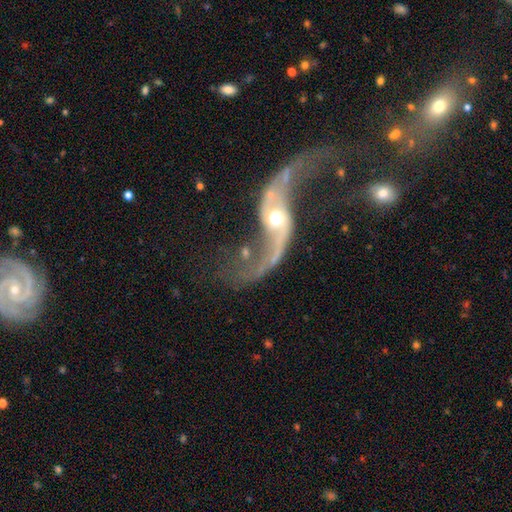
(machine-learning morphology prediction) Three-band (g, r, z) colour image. It shows a featured or disk galaxy (91%) with no bar (44%), 2 (94%) loose (91%) spiral arms (97%) and a small central bulge (56%). Merging: none (53%).